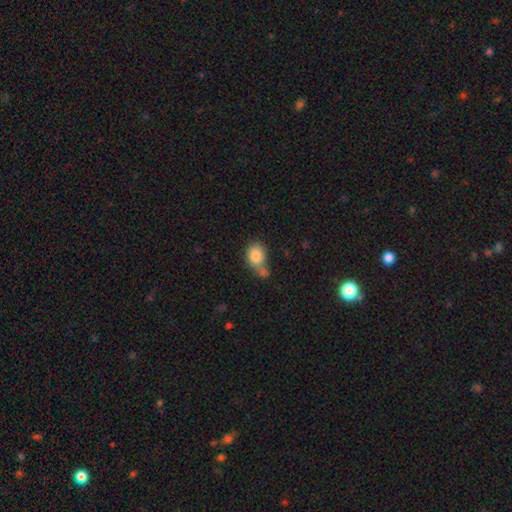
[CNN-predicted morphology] smooth 83%, star or artifact 9%, featured or disk 8%. Down the decision tree: how rounded — in between (55%); merging — none (38%).